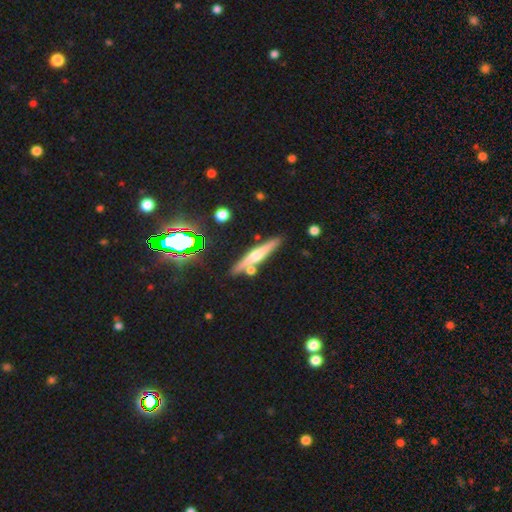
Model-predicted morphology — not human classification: smooth_or_featured: featured or disk (p=0.57) [alt: smooth p=0.32]
disk_edge_on: yes (p=0.95) [alt: no p=0.05]
edge_on_bulge: rounded (p=0.83) [alt: none p=0.10]
merging: none (p=0.79) [alt: minor disturbance p=0.09]